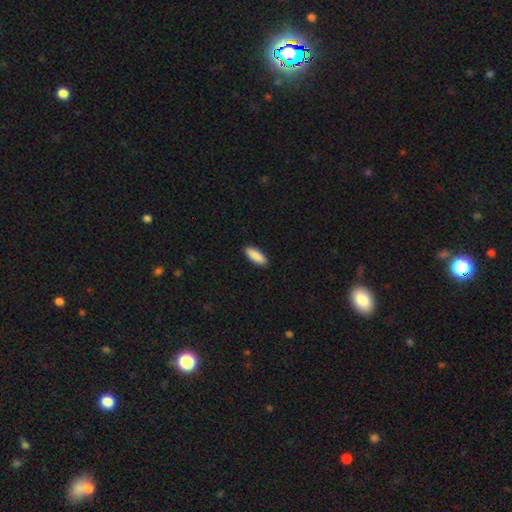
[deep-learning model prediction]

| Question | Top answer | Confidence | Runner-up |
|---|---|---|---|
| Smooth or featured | smooth | 90% | star or artifact (6%) |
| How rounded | in between | 68% | cigar-shaped (30%) |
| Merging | none | 91% | minor disturbance (7%) |